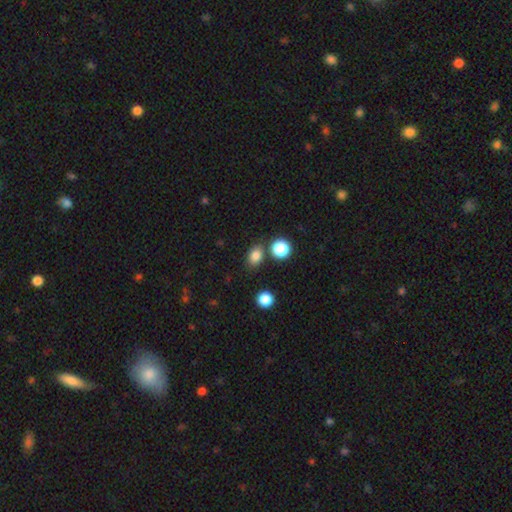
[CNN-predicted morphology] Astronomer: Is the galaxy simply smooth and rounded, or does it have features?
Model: smooth — 83%.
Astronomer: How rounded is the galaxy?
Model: in between — 62% (runner-up: round, 37%).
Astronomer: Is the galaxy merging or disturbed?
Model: none — 75%.